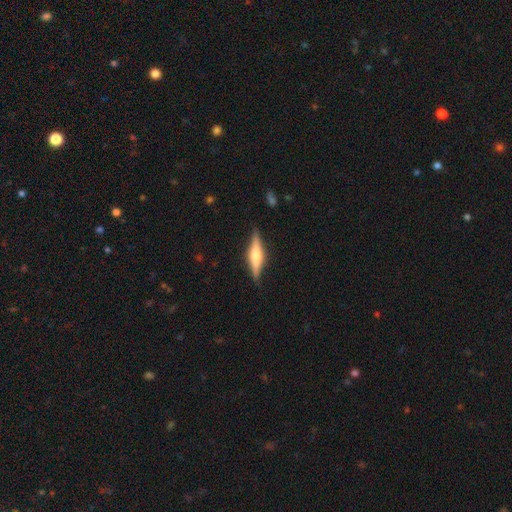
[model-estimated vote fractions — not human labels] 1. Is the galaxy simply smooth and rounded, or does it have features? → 65% featured or disk, 29% smooth, 6% star or artifact.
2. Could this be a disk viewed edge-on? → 97% yes, 3% no.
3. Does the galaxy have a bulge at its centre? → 78% rounded, 16% boxy, 5% none.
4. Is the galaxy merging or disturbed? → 87% none, 10% minor disturbance, 2% major disturbance, 1% merger.